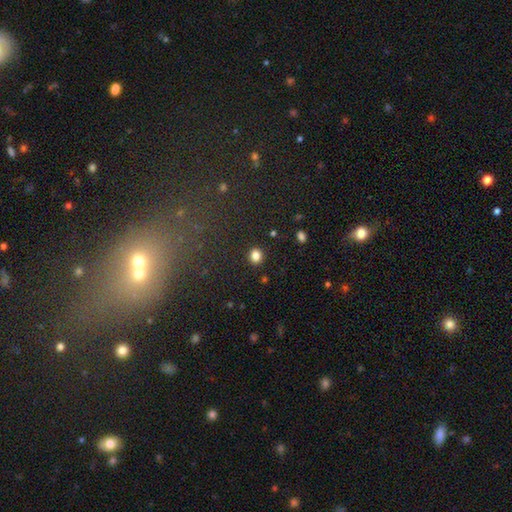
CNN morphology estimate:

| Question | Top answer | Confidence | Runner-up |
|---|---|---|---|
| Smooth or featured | smooth | 83% | star or artifact (12%) |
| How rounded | round | 77% | in between (22%) |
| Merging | none | 90% | minor disturbance (6%) |